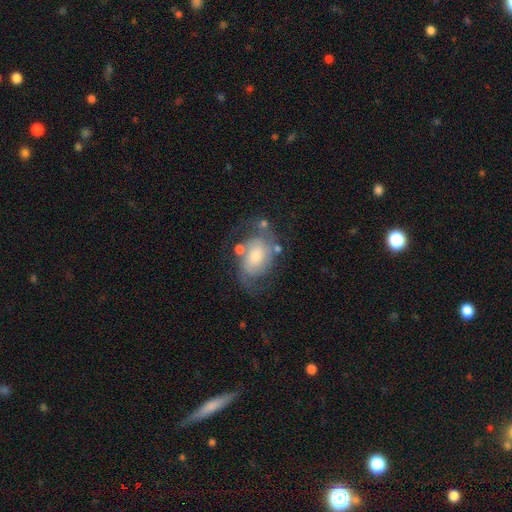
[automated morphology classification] Q: Smooth or featured?
A: featured or disk (72%); runner-up: smooth (21%)
Q: Edge-on disk?
A: no (97%); runner-up: yes (3%)
Q: Bar?
A: no (64%); runner-up: weak (30%)
Q: Spiral arms?
A: yes (91%); runner-up: no (9%)
Q: Spiral winding?
A: medium (47%); runner-up: tight (27%)
Q: Spiral arm count?
A: 2 (82%); runner-up: can't tell (9%)
Q: Bulge size?
A: small (40%); runner-up: moderate (39%)
Q: Merging?
A: none (54%); runner-up: minor disturbance (21%)